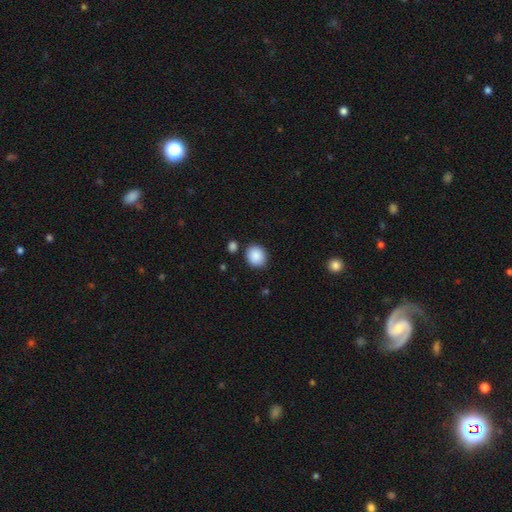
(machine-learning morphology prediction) This appears to be a smooth galaxy with no disk features (89%) that is round (71%). Merging: none (82%).